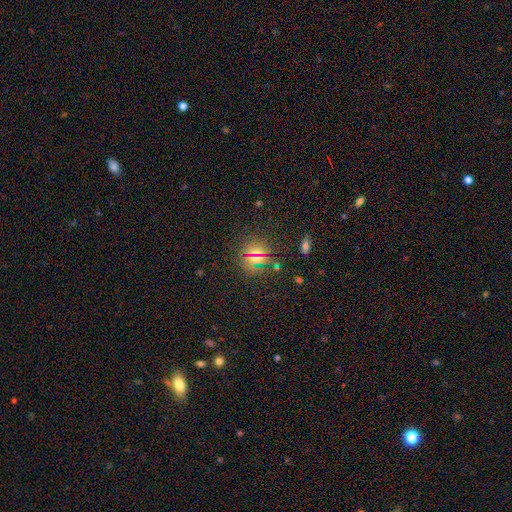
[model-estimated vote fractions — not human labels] smooth 51%, star or artifact 38%, featured or disk 10%. Down the decision tree: how rounded — round (87%); merging — none (82%).